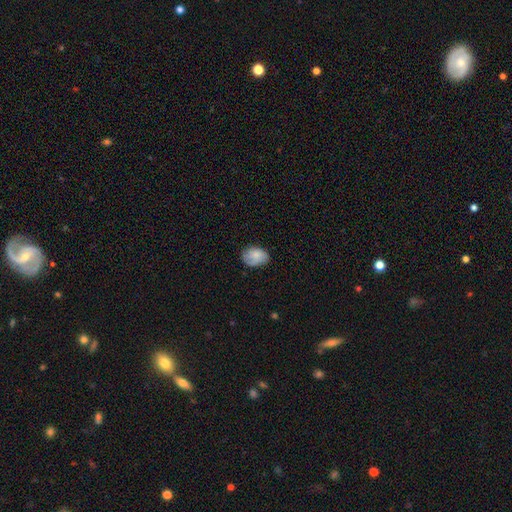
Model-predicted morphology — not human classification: Smooth or featured? smooth (76%)
How rounded? in between (77%)
Merging? none (69%)